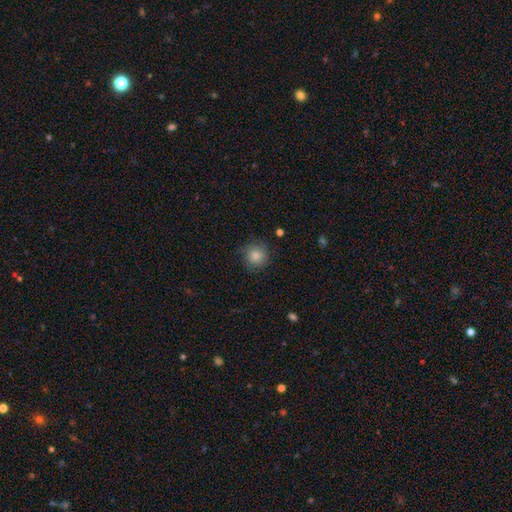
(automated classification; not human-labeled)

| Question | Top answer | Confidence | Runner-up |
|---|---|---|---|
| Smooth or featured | smooth | 84% | star or artifact (9%) |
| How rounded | round | 93% | in between (6%) |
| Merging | none | 79% | minor disturbance (15%) |